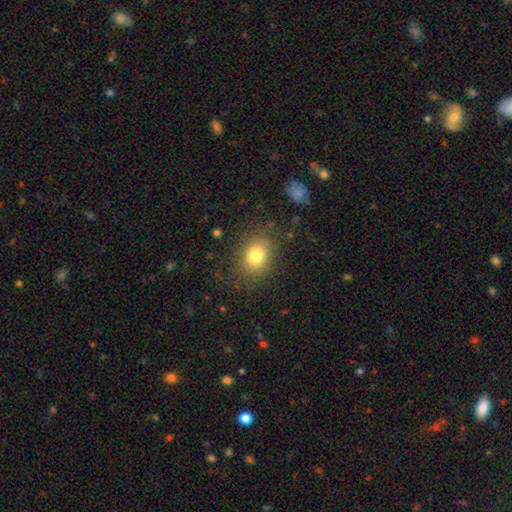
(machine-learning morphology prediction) Q: Smooth or featured?
A: smooth (78%); runner-up: star or artifact (11%)
Q: How rounded?
A: in between (55%); runner-up: round (44%)
Q: Merging?
A: none (80%); runner-up: minor disturbance (13%)